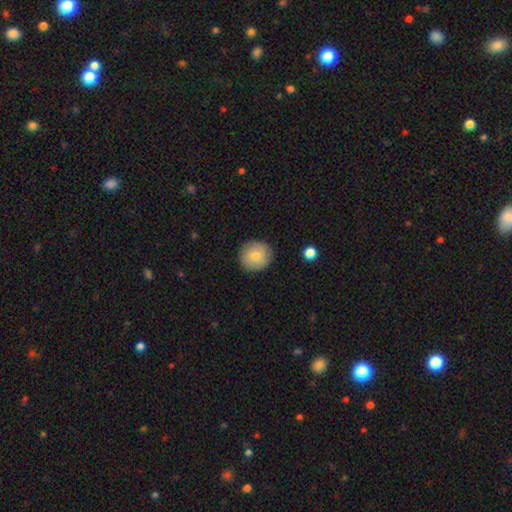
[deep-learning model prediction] Smooth or featured? Predicted: smooth (p=0.81). How rounded? Predicted: round (p=0.92). Merging? Predicted: none (p=0.88).